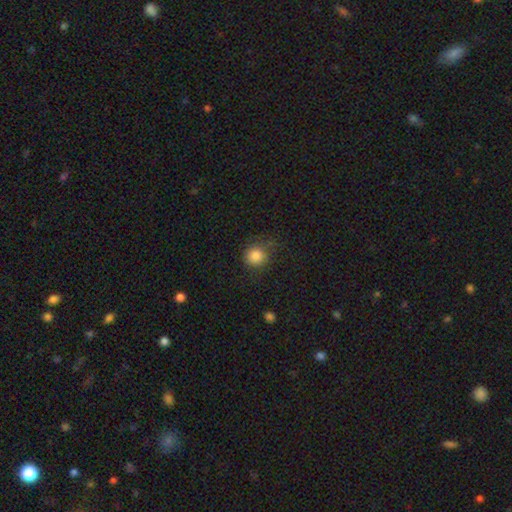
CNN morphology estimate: Q: Smooth or featured?
A: smooth (84%); runner-up: star or artifact (10%)
Q: How rounded?
A: round (89%); runner-up: in between (10%)
Q: Merging?
A: none (75%); runner-up: minor disturbance (17%)